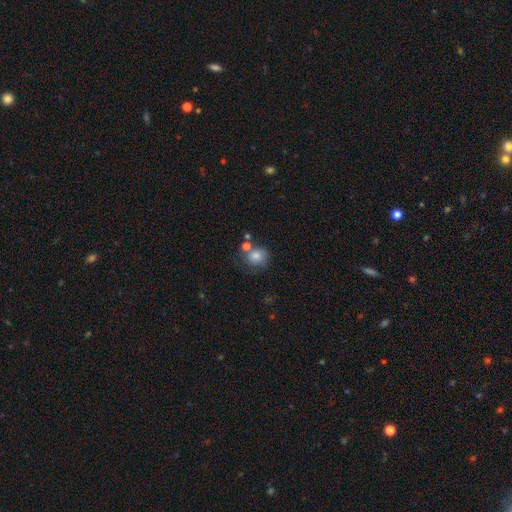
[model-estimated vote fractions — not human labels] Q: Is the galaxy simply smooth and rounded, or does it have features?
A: smooth — 78%.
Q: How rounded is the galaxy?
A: round — 82%.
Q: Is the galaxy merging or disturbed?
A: none — 51%.